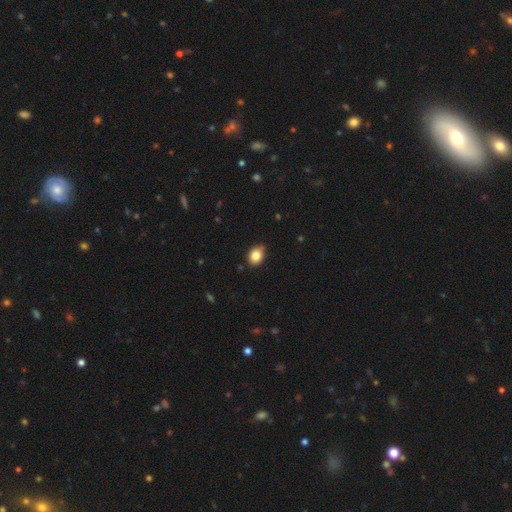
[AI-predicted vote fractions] Morphology: type=smooth (84%); roundness=in between (61%); merging=none (79%).